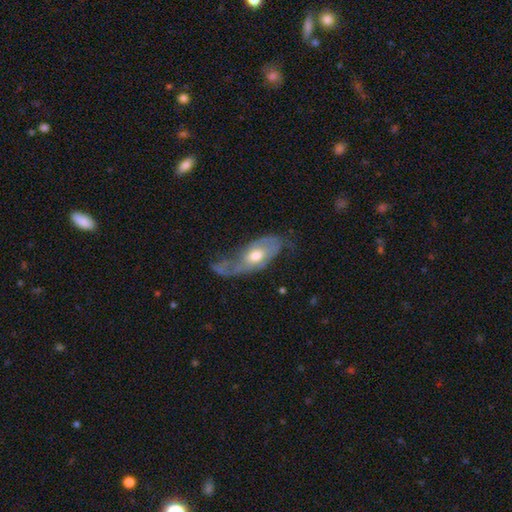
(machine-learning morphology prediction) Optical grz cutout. It shows a featured or disk galaxy (66%) with no bar (71%), spiral arms (71%) and a moderate central bulge (72%). Merging: none (34%, tied with major disturbance).